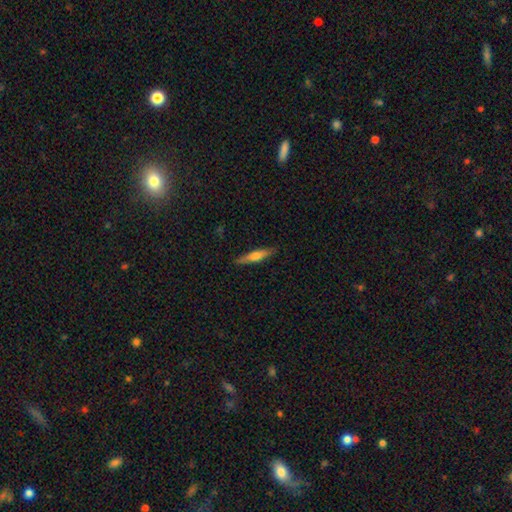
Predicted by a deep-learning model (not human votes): smooth 53%, featured or disk 41%, star or artifact 6%. Down the decision tree: how rounded — cigar-shaped (84%); merging — none (89%).